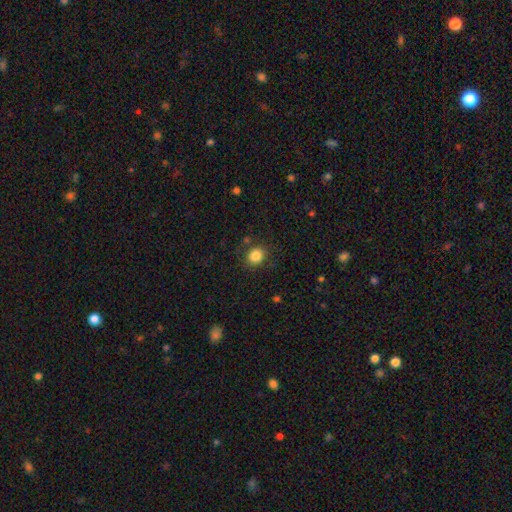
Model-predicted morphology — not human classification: Smooth or featured? smooth (84%)
How rounded? round (77%)
Merging? none (83%)